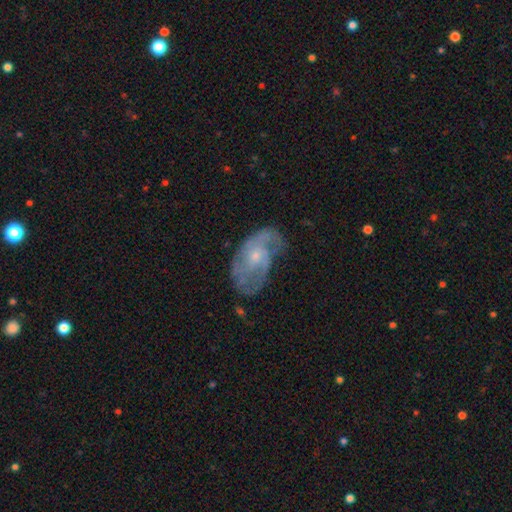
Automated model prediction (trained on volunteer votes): Smooth or featured? Predicted: featured or disk (p=0.76). Edge-on disk? Predicted: no (p=0.96). Bar? Predicted: no (p=0.72). Spiral arms? Predicted: yes (p=0.86). Spiral winding? Predicted: medium (p=0.42). Spiral arm count? Predicted: 2 (p=0.37). Bulge size? Predicted: small (p=0.63). Merging? Predicted: none (p=0.53).